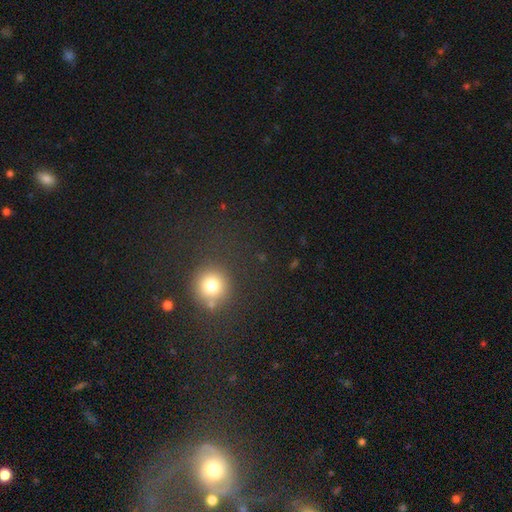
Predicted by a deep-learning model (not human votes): The model was most divided on "smooth or featured": smooth: 49%, star or artifact: 40%, featured or disk: 11%. More confident: merging — none (78%).